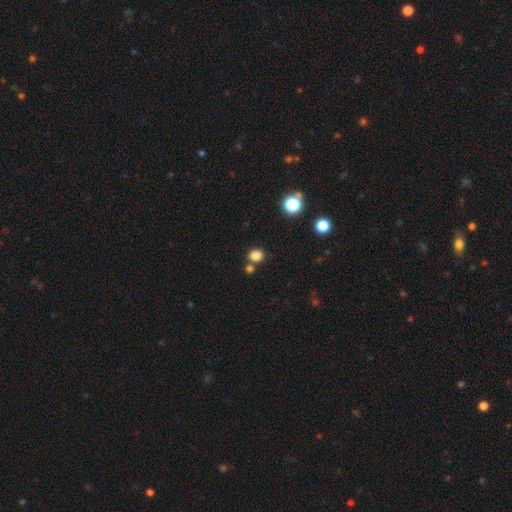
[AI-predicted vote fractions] Smooth or featured?
  - smooth: 82% *
  - star or artifact: 13%
  - featured or disk: 5%
How rounded?
  - round: 74% *
  - in between: 25%
  - cigar-shaped: 1%
Merging?
  - none: 72% *
  - merger: 16%
  - minor disturbance: 9%
  - major disturbance: 3%